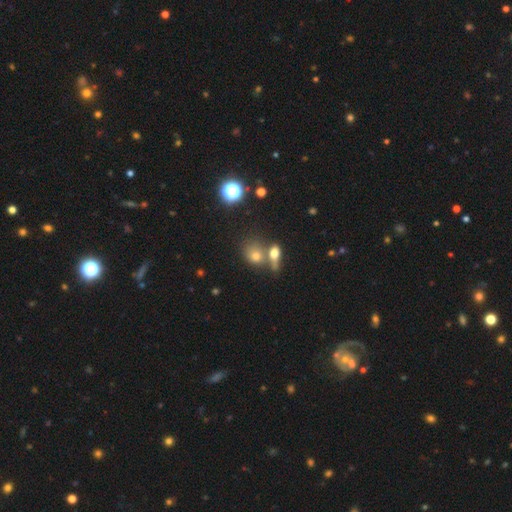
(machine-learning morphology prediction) Smooth or featured: smooth — 70% (star or artifact — 15%)
How rounded: round — 56% (in between — 41%)
Merging: merger — 43% (none — 40%)